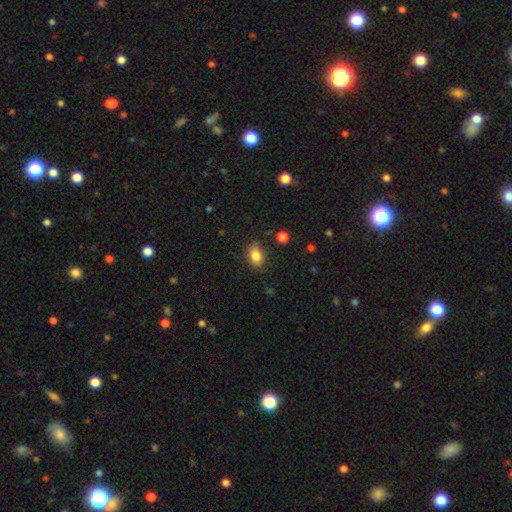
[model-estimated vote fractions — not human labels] Q: Smooth or featured?
A: smooth (85%); runner-up: star or artifact (9%)
Q: How rounded?
A: in between (81%); runner-up: round (17%)
Q: Merging?
A: none (83%); runner-up: minor disturbance (13%)